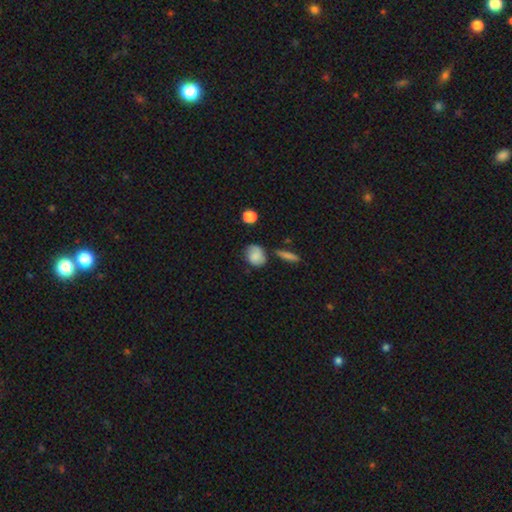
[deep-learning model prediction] A smooth galaxy with no disk features (76%) that is round (60%). Merging: none (62%).